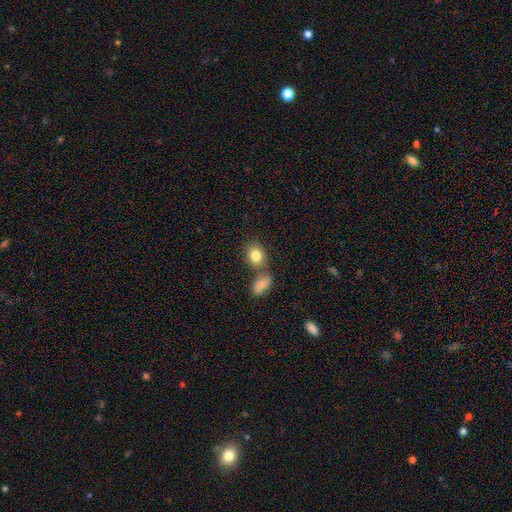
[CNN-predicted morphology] smooth 83%, star or artifact 8%, featured or disk 8%. Down the decision tree: how rounded — in between (62%); merging — none (57%).